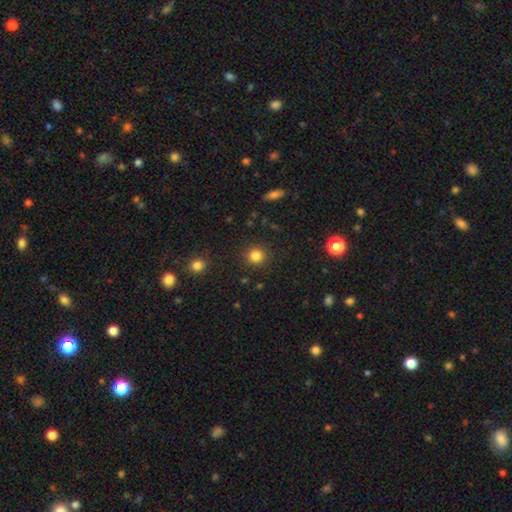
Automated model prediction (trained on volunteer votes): smooth 84%, star or artifact 12%, featured or disk 4%. Down the decision tree: how rounded — round (92%); merging — none (91%).